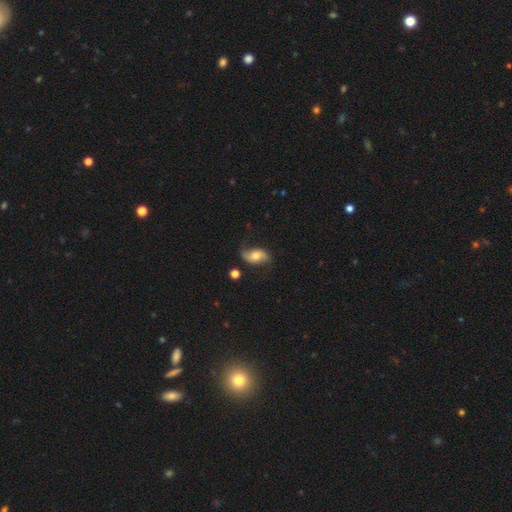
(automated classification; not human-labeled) Q: Smooth or featured?
A: featured or disk (56%); runner-up: smooth (36%)
Q: Edge-on disk?
A: no (93%); runner-up: yes (7%)
Q: Bar?
A: no (65%); runner-up: weak (24%)
Q: Spiral arms?
A: yes (85%); runner-up: no (15%)
Q: Bulge size?
A: moderate (68%); runner-up: small (19%)
Q: Merging?
A: none (71%); runner-up: minor disturbance (20%)